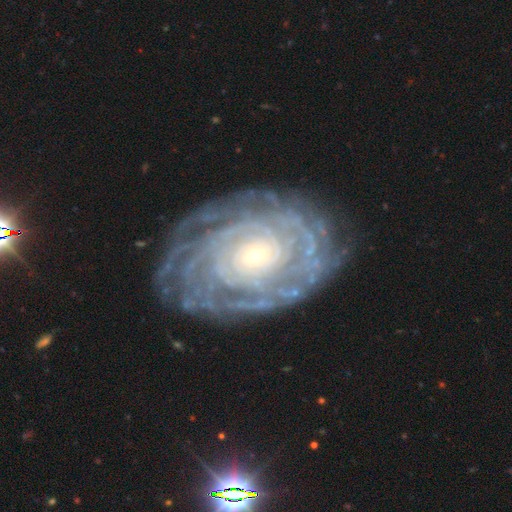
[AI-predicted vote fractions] Q: Smooth or featured?
A: featured or disk (89%); runner-up: smooth (6%)
Q: Edge-on disk?
A: no (96%); runner-up: yes (4%)
Q: Bar?
A: no (77%); runner-up: weak (16%)
Q: Spiral arms?
A: yes (97%); runner-up: no (3%)
Q: Spiral winding?
A: tight (86%); runner-up: medium (11%)
Q: Spiral arm count?
A: can't tell (29%); runner-up: more than 4 (28%)
Q: Bulge size?
A: small (81%); runner-up: moderate (15%)
Q: Merging?
A: none (79%); runner-up: minor disturbance (14%)